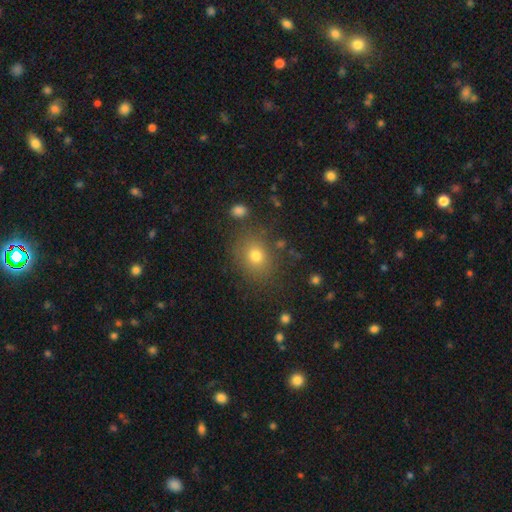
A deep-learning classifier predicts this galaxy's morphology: Smooth or featured? smooth (75%)
How rounded? round (59%)
Merging? none (81%)